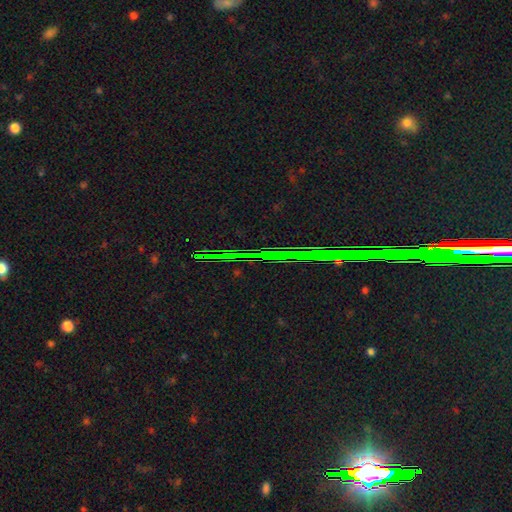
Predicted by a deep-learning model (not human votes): star or artifact 86%, featured or disk 7%, smooth 6%.